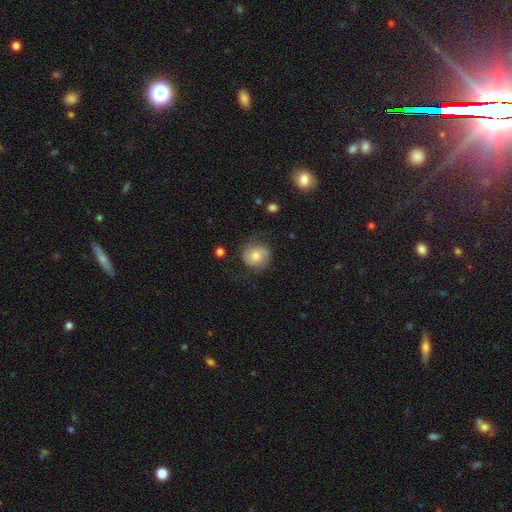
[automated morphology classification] This appears to be a featured or disk galaxy (46%, tied with smooth). Merging: none (64%).